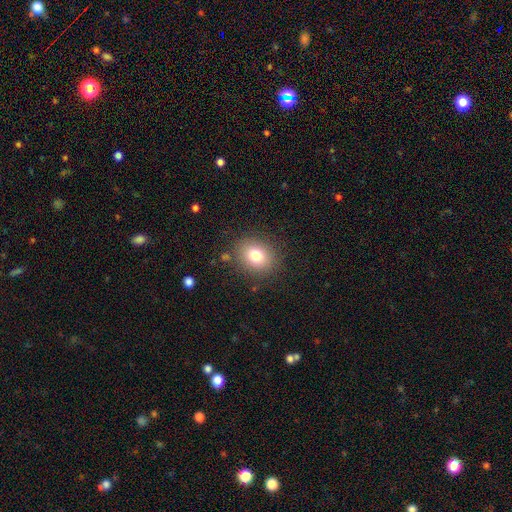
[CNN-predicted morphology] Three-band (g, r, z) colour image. It shows a smooth galaxy with no disk features (79%) that is round (59%). Merging: none (85%).